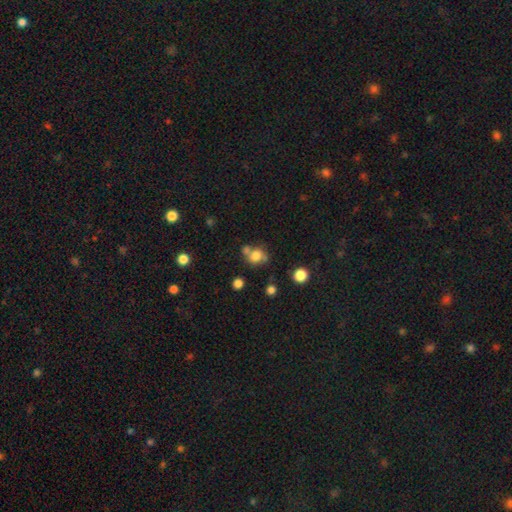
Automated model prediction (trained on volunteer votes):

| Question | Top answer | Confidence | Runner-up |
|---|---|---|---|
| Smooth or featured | smooth | 75% | star or artifact (13%) |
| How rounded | round | 63% | in between (35%) |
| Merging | none | 46% | merger (33%) |